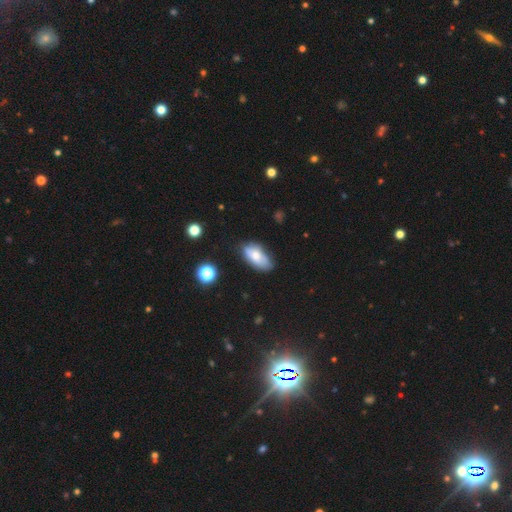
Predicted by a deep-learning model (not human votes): Morphology: type=smooth (66%); roundness=in between (90%); merging=none (63%).